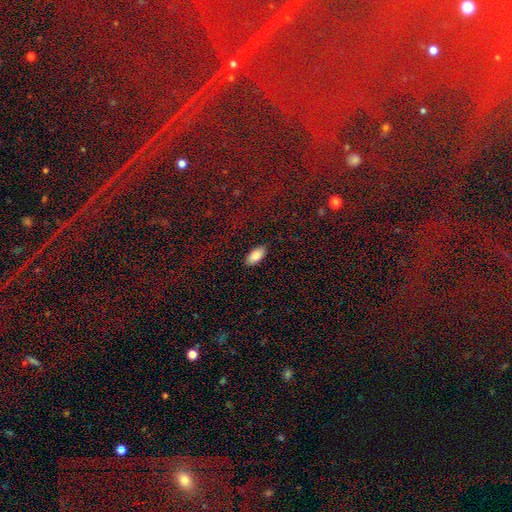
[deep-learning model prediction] smooth_or_featured: smooth (p=0.87) [alt: star or artifact p=0.07]
how_rounded: in between (p=0.91) [alt: cigar-shaped p=0.07]
merging: none (p=0.88) [alt: minor disturbance p=0.09]